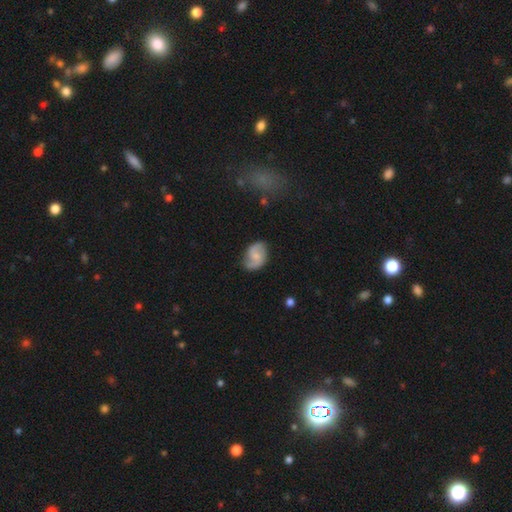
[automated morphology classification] Smooth or featured? Predicted: featured or disk (p=0.67). Edge-on disk? Predicted: no (p=0.97). Bar? Predicted: weak (p=0.46). Spiral arms? Predicted: yes (p=0.93). Spiral winding? Predicted: medium (p=0.44). Spiral arm count? Predicted: 2 (p=0.88). Bulge size? Predicted: small (p=0.51). Merging? Predicted: none (p=0.73).